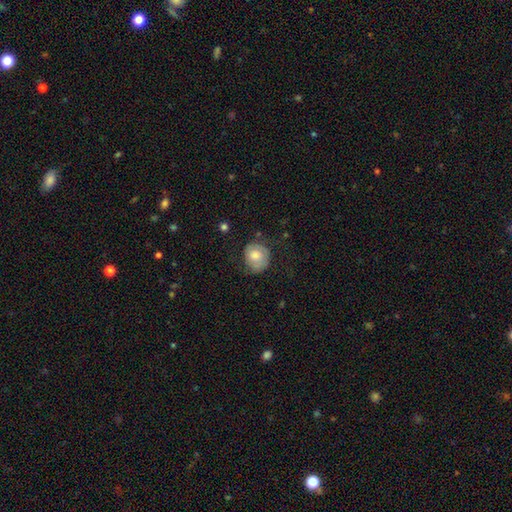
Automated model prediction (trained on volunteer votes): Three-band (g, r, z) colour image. It shows a smooth galaxy with no disk features (69%) that is round (70%). Merging: none (61%).